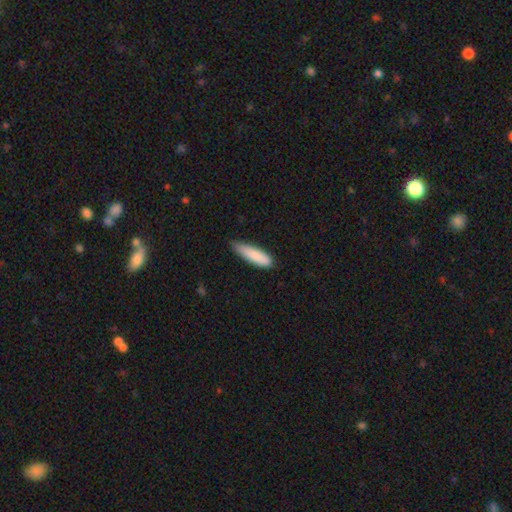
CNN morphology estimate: This appears to be a smooth galaxy with no disk features (86%) that is cigar-shaped (65%). Merging: none (59%).